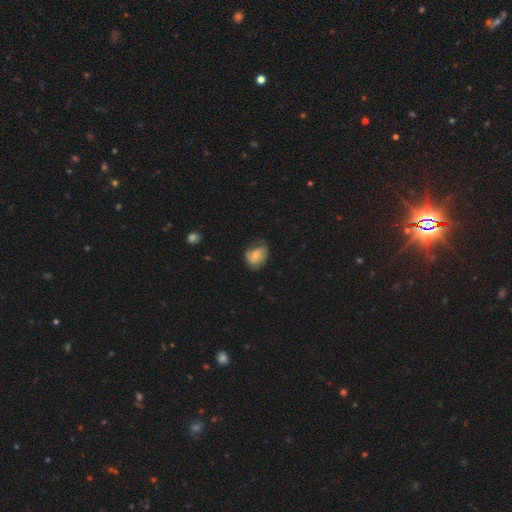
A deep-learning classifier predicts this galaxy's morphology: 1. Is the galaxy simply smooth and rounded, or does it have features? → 59% smooth, 33% featured or disk, 8% star or artifact.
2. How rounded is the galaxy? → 61% in between, 38% round, 1% cigar-shaped.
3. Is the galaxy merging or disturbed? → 50% none, 33% minor disturbance, 15% major disturbance, 2% merger.